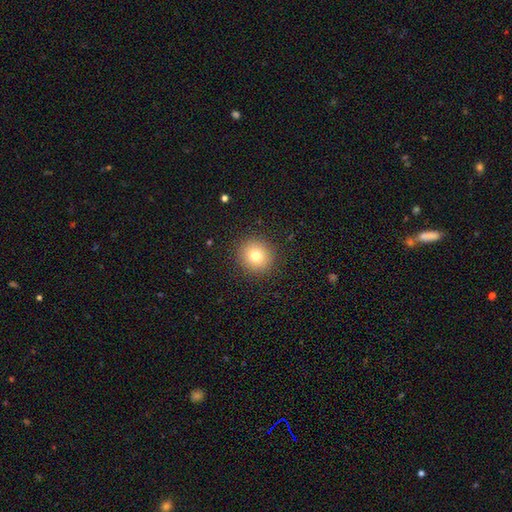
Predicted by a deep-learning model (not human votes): Morphology: type=smooth (78%); roundness=round (91%); merging=none (90%).